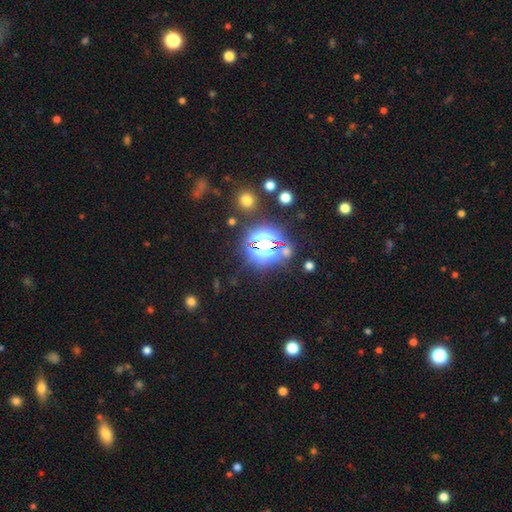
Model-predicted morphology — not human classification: This appears to be a star or artifact, not a galaxy (77%).